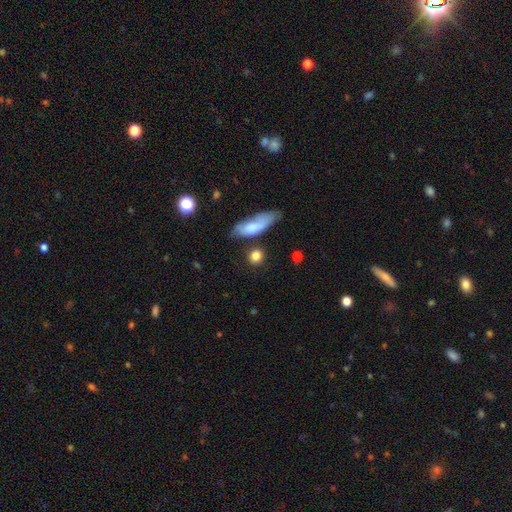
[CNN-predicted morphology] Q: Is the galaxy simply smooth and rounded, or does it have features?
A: smooth — 84%.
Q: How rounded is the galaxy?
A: round — 69%.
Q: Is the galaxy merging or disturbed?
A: none — 74%.